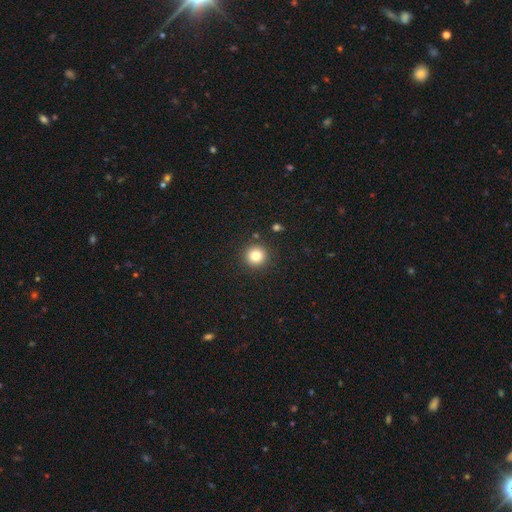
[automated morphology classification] Overall: smooth (82%). How rounded: round (95%). Merging: none (91%).